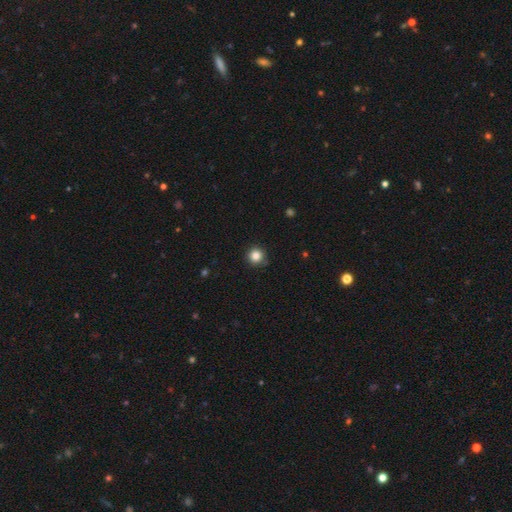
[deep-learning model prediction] smooth 85%, star or artifact 11%, featured or disk 4%. Down the decision tree: how rounded — round (95%); merging — none (88%).